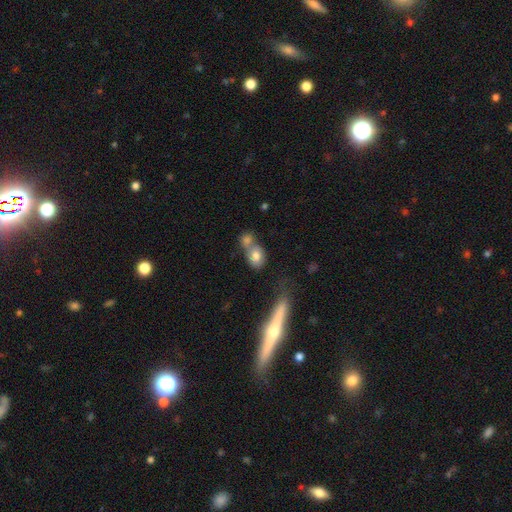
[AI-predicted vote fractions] A smooth galaxy with no disk features (75%) that is in between round and cigar-shaped (58%). Merging: merger (50%).